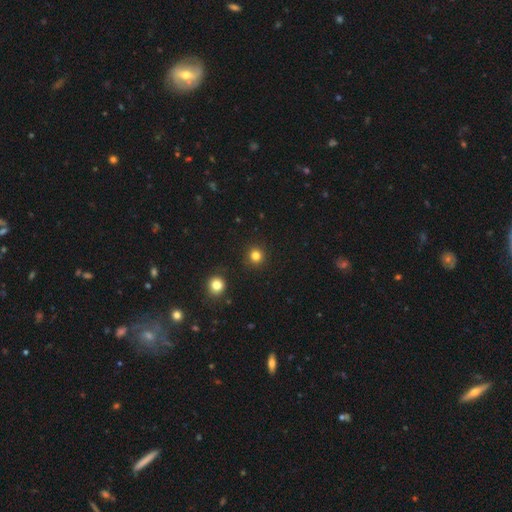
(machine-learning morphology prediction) smooth-or-featured: smooth: 82% | star or artifact: 14% | featured or disk: 4%
  how-rounded: round: 93% | in between: 6% | cigar-shaped: 1%
  merging: none: 92% | minor disturbance: 5% | major disturbance: 2% | merger: 1%